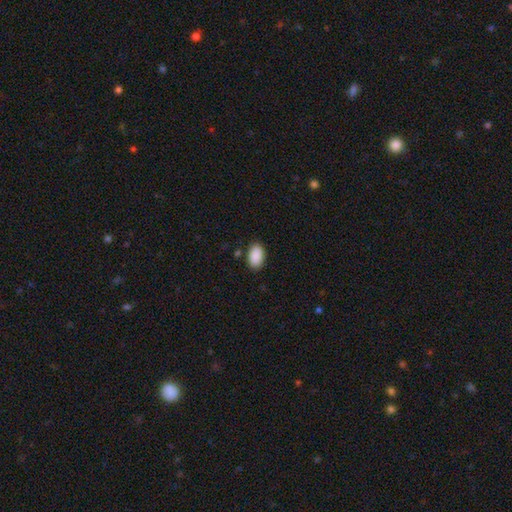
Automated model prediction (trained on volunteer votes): Smooth or featured: smooth — 90% (star or artifact — 6%)
How rounded: in between — 93% (round — 6%)
Merging: none — 85% (minor disturbance — 11%)